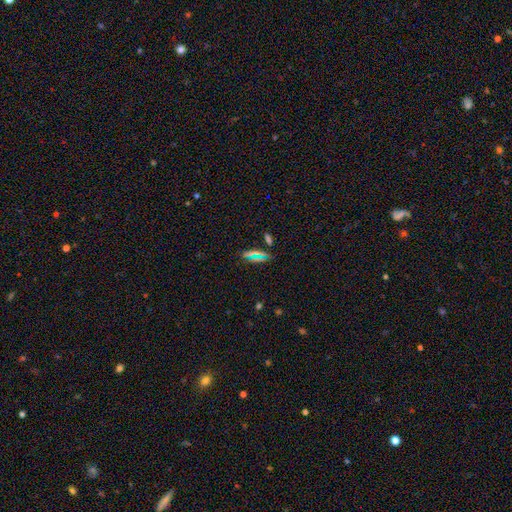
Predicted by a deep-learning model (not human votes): smooth-or-featured: smooth: 62% | star or artifact: 26% | featured or disk: 12%
  how-rounded: in between: 56% | cigar-shaped: 35% | round: 9%
  merging: none: 74% | minor disturbance: 14% | major disturbance: 6% | merger: 6%